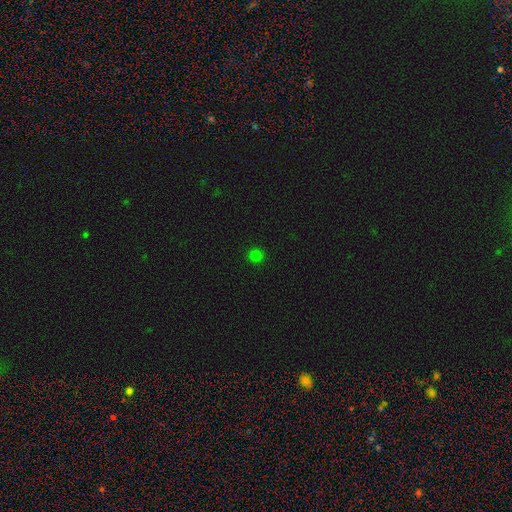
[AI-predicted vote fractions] This appears to be a smooth galaxy with no disk features (79%) that is round (95%). Merging: none (93%).